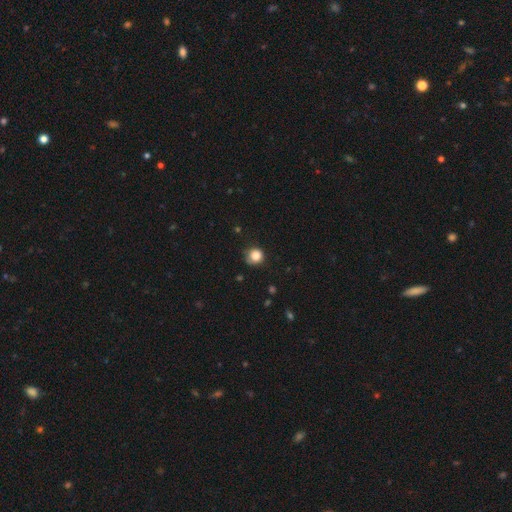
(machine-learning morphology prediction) smooth-or-featured: smooth: 83% | star or artifact: 11% | featured or disk: 6%
  how-rounded: round: 90% | in between: 9% | cigar-shaped: 1%
  merging: none: 74% | minor disturbance: 20% | major disturbance: 4% | merger: 2%